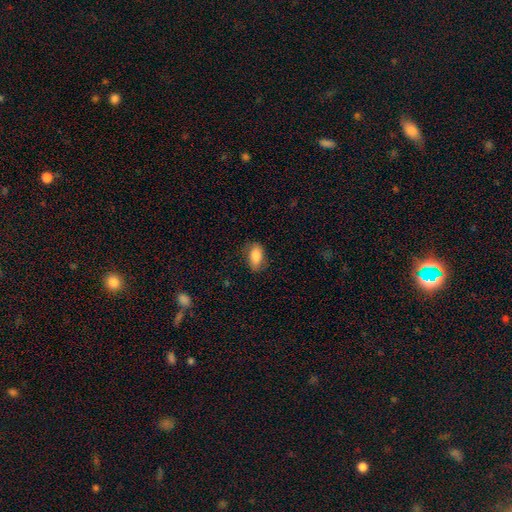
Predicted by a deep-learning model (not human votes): Overall: smooth (81%). How rounded: in between (89%). Merging: none (76%).